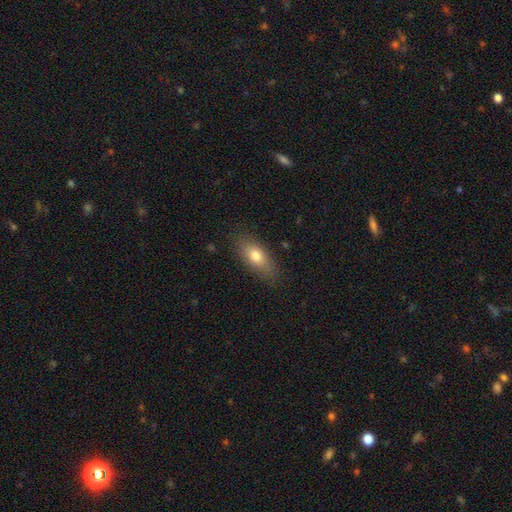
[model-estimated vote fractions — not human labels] Overall: smooth (75%). How rounded: in between (80%). Merging: none (83%).